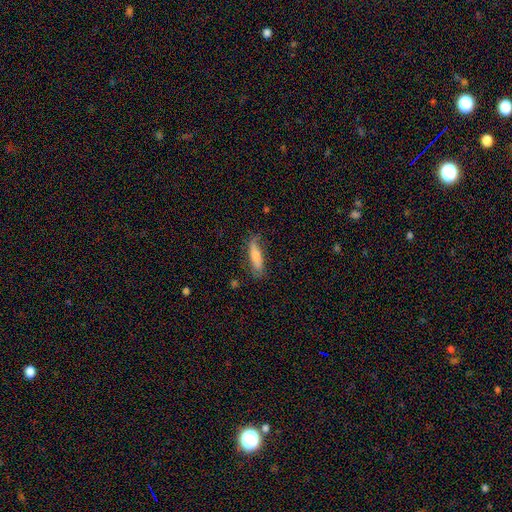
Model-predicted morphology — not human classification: This is likely a smooth galaxy (64%). How rounded: likely cigar-shaped (67%). Merging: likely none (70%).